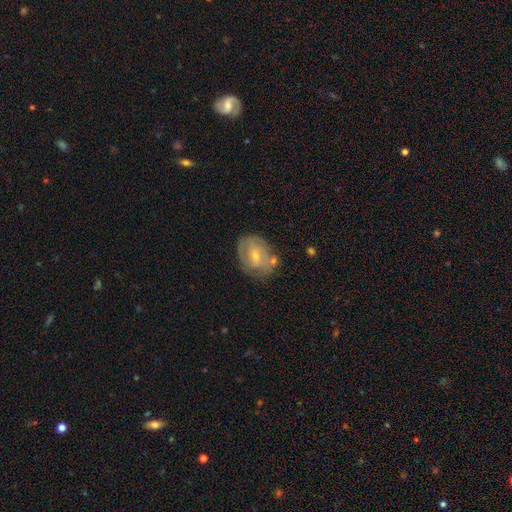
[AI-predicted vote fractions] Smooth or featured? featured or disk (57%)
Edge-on disk? no (95%)
Bar? weak (45%)
Spiral arms? yes (61%)
Bulge size? small (53%)
Merging? none (62%)